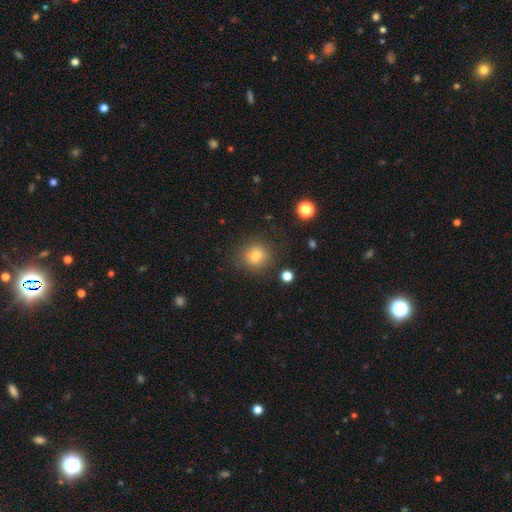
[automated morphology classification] type=smooth (78%); roundness=round (89%); merging=none (83%).